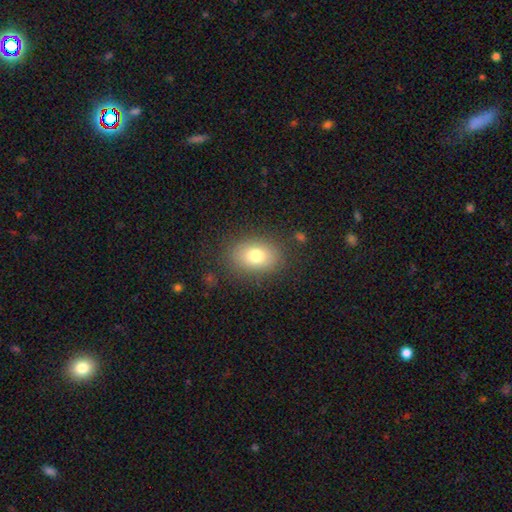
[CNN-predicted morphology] Overall: smooth (77%). How rounded: in between (72%). Merging: none (83%).